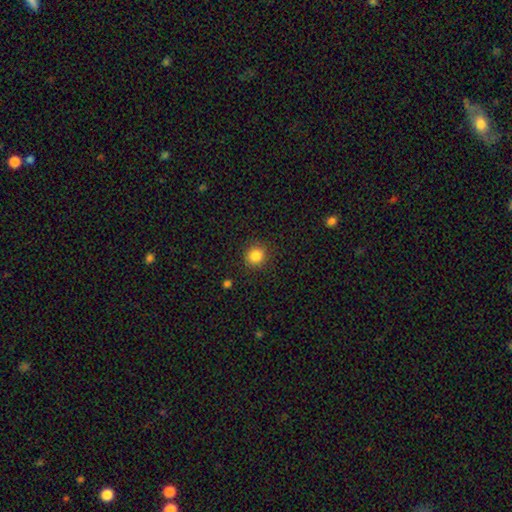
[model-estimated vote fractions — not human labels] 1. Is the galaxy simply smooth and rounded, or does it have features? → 85% smooth, 10% star or artifact, 5% featured or disk.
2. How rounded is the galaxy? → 89% round, 10% in between, 1% cigar-shaped.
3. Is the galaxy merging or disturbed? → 90% none, 6% minor disturbance, 2% major disturbance, 1% merger.